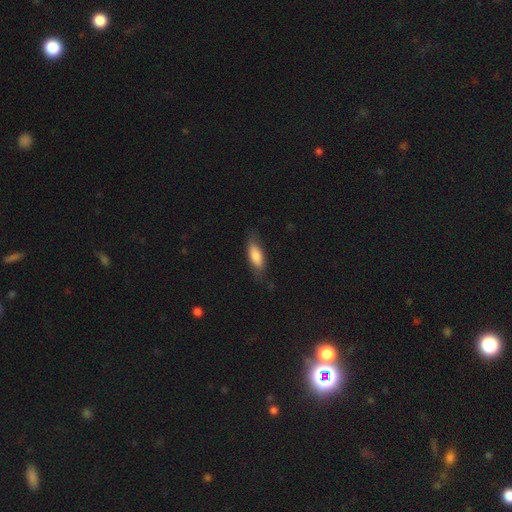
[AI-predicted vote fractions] Smooth or featured? smooth (78%)
How rounded? in between (68%)
Merging? none (73%)